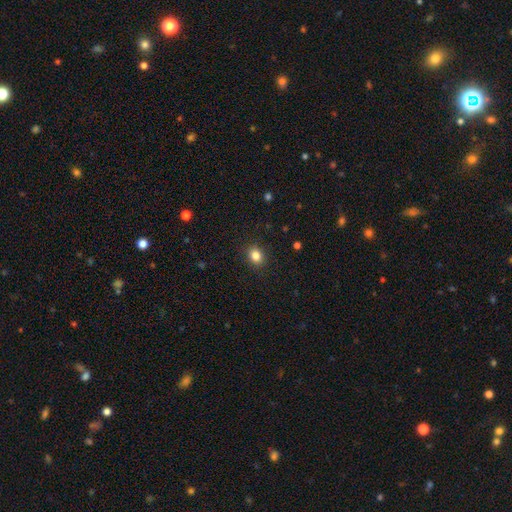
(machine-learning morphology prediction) Smooth or featured?
  - smooth: 84% *
  - star or artifact: 11%
  - featured or disk: 5%
How rounded?
  - round: 52% *
  - in between: 47%
  - cigar-shaped: 1%
Merging?
  - none: 89% *
  - minor disturbance: 7%
  - major disturbance: 2%
  - merger: 1%